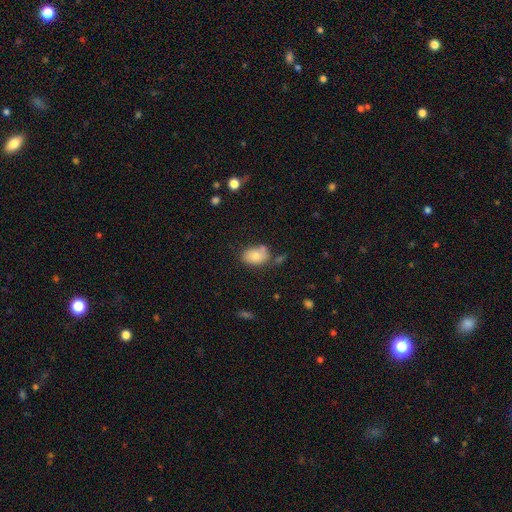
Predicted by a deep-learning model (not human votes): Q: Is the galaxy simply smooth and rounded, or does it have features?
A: smooth — 76%.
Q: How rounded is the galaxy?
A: in between — 84%.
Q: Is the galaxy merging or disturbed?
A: none — 60%.